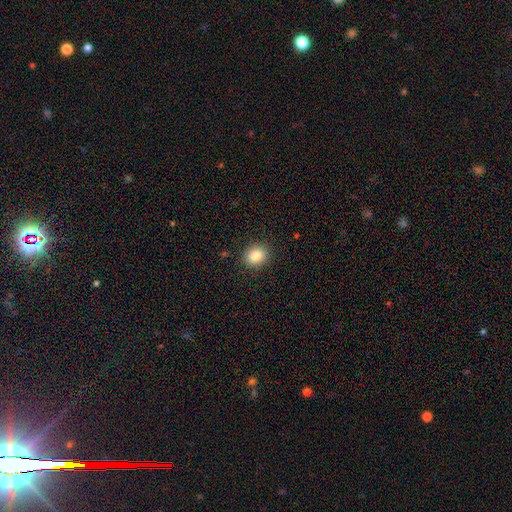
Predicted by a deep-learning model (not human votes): This is clearly a smooth galaxy (85%). How rounded: likely round (65%). Merging: clearly none (89%).